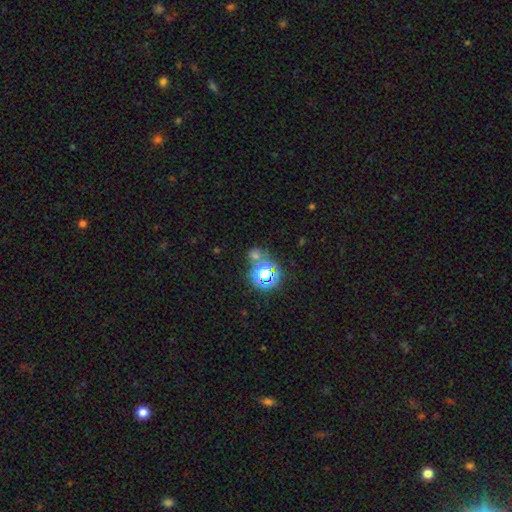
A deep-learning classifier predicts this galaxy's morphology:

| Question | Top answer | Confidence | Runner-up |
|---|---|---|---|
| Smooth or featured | star or artifact | 48% | smooth (44%) |